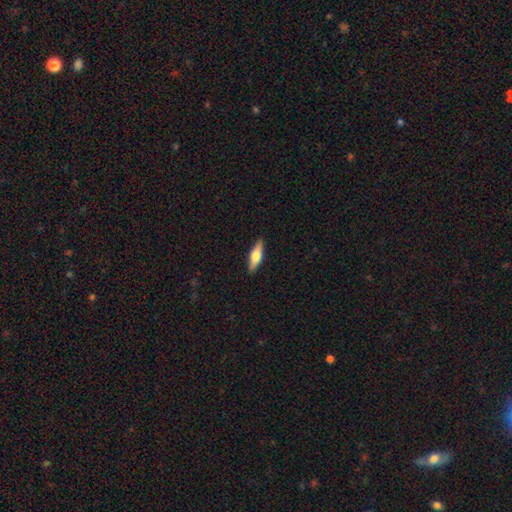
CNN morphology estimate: The model was most divided on "smooth or featured": featured or disk: 50%, smooth: 44%, star or artifact: 6%. More confident: edge-on disk — yes (94%); merging — none (89%).